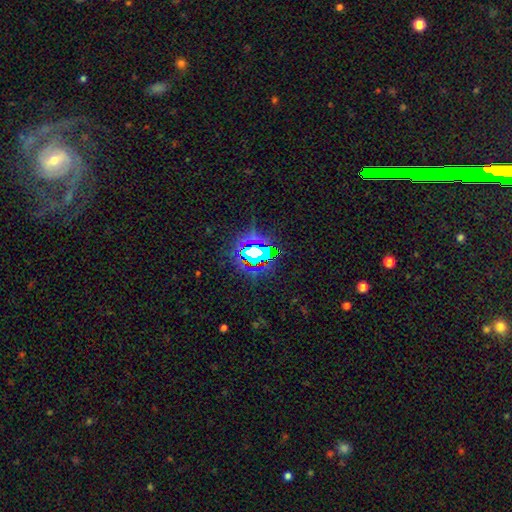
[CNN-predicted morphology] Overall: star or artifact (78%).